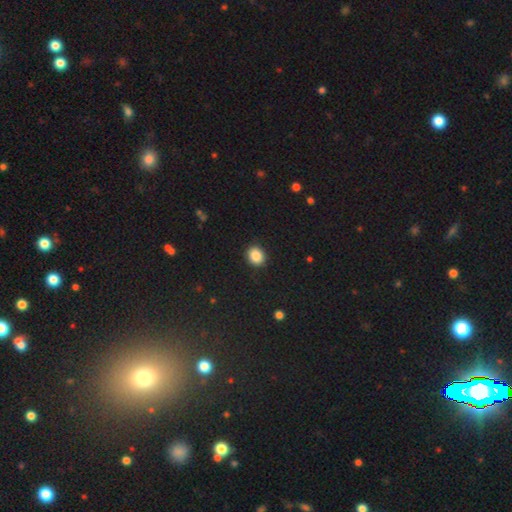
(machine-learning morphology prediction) A smooth galaxy with no disk features (88%) that is round (63%).

Vote fractions:
- Smooth or featured? smooth: 88% / star or artifact: 9% / featured or disk: 3%
- How rounded? round: 63% / in between: 36% / cigar-shaped: 1%
- Merging? none: 90% / minor disturbance: 7% / major disturbance: 2% / merger: 1%